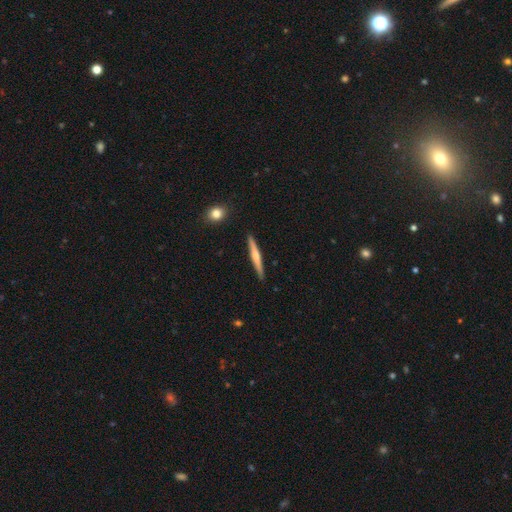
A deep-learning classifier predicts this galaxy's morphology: A featured or disk galaxy (54%) viewed edge-on (97%) with a rounded central bulge (71%). Merging: none (91%).